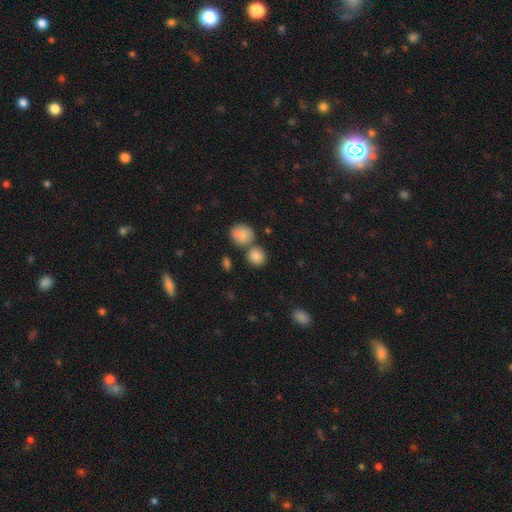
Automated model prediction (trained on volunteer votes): Smooth or featured?
  - smooth: 85% *
  - star or artifact: 9%
  - featured or disk: 7%
How rounded?
  - round: 79% *
  - in between: 20%
  - cigar-shaped: 1%
Merging?
  - none: 60% *
  - merger: 26%
  - minor disturbance: 10%
  - major disturbance: 3%